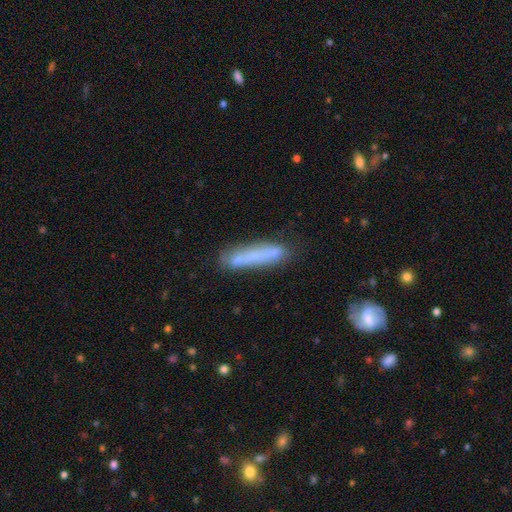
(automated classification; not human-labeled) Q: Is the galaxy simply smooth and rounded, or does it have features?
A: smooth — 67%.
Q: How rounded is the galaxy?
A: cigar-shaped — 88%.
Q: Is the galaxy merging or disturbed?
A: none — 70%.